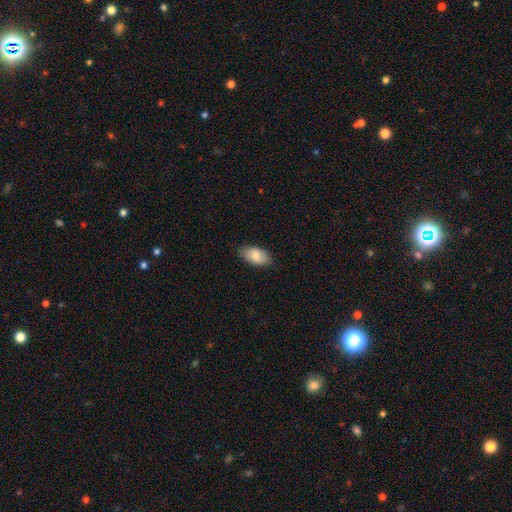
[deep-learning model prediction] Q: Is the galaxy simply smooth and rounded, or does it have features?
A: smooth — 81%.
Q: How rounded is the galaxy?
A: in between — 94%.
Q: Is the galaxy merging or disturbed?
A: none — 85%.